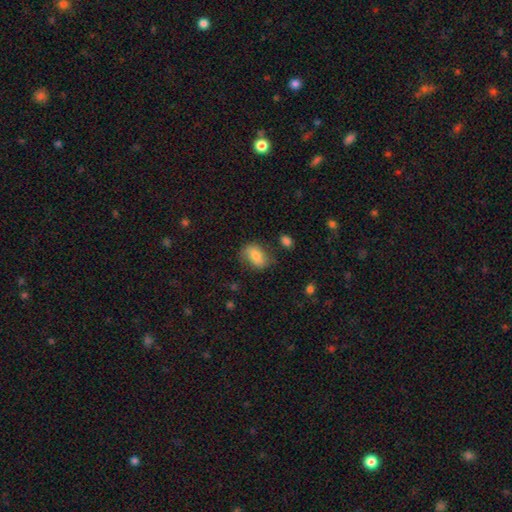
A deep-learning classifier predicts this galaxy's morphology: Smooth or featured?
  - smooth: 73% *
  - featured or disk: 19%
  - star or artifact: 8%
How rounded?
  - in between: 83% *
  - round: 16%
  - cigar-shaped: 2%
Merging?
  - none: 62% *
  - minor disturbance: 25%
  - major disturbance: 10%
  - merger: 3%